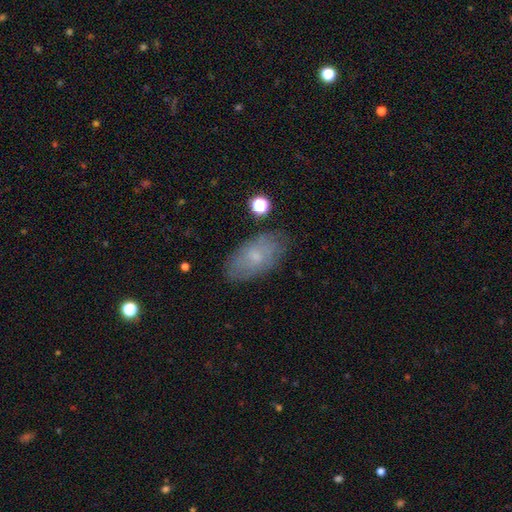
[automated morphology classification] This is possibly a smooth galaxy (55%). How rounded: clearly in between (92%). Merging: likely none (77%).